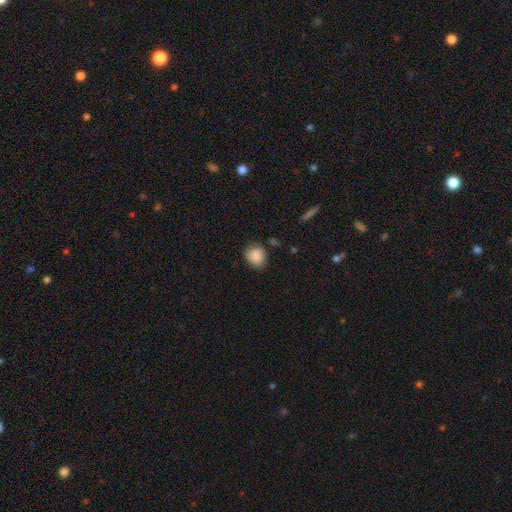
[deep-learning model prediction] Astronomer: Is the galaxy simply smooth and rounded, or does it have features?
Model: smooth — 88%.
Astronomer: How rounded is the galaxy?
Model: round — 68%.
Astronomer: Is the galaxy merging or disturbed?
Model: none — 75%.